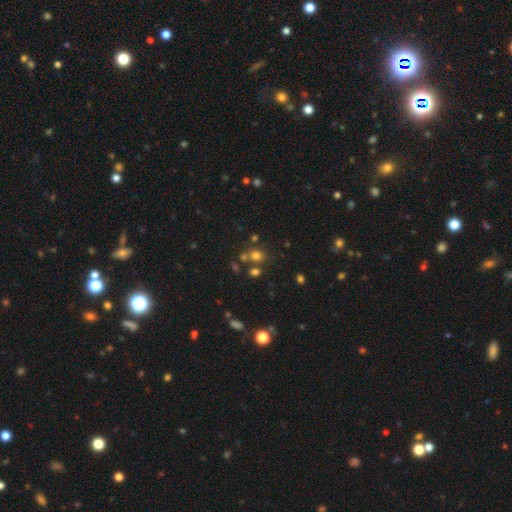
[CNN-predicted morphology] Smooth or featured? smooth (69%)
How rounded? round (75%)
Merging? none (66%)